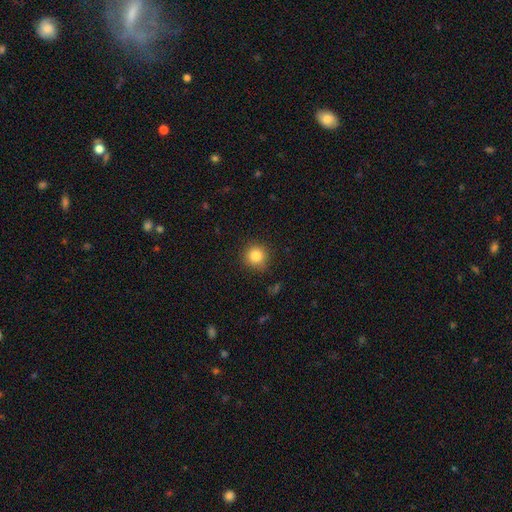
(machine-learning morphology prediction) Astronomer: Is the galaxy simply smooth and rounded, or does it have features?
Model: smooth — 83%.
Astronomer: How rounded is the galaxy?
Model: round — 93%.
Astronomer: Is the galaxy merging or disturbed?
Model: none — 87%.